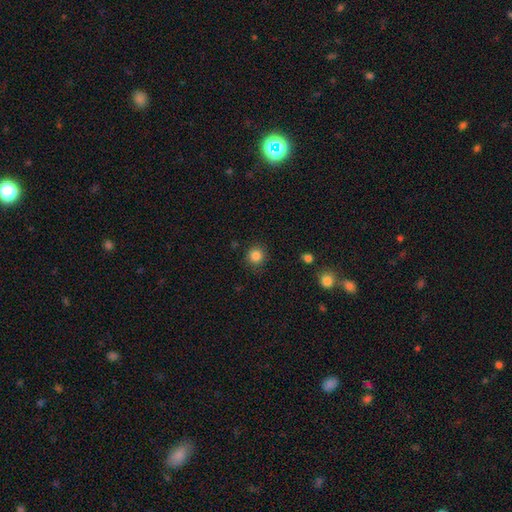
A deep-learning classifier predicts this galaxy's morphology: Smooth or featured?
  - smooth: 85% *
  - star or artifact: 11%
  - featured or disk: 4%
How rounded?
  - round: 92% *
  - in between: 7%
  - cigar-shaped: 1%
Merging?
  - none: 89% *
  - minor disturbance: 7%
  - major disturbance: 2%
  - merger: 1%